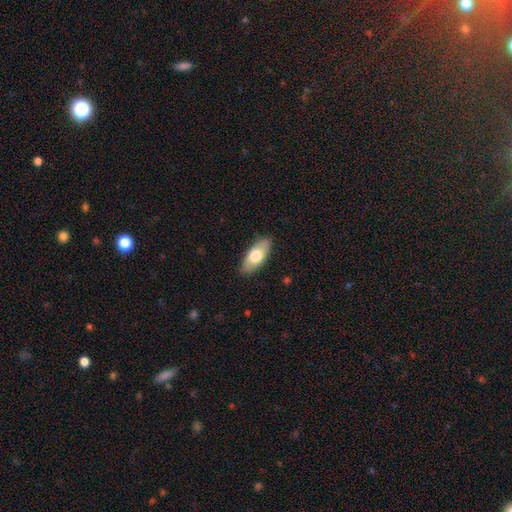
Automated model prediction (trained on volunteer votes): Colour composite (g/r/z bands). It shows a smooth galaxy with no disk features (68%) that is in between round and cigar-shaped (84%). Merging: none (87%).